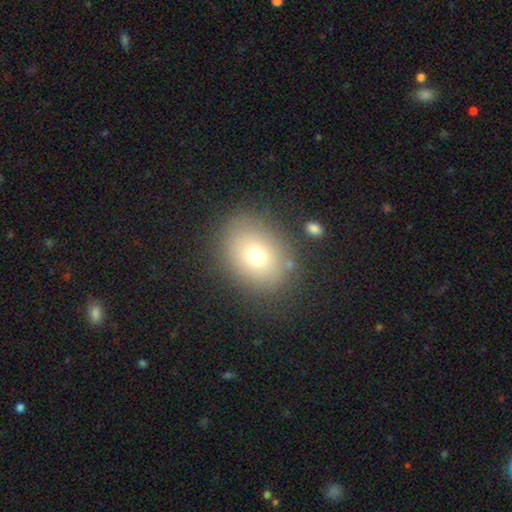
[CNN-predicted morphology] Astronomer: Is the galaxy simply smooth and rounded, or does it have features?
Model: smooth — 73%.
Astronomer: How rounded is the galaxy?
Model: in between — 58% (runner-up: round, 41%).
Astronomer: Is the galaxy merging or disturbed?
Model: none — 82%.